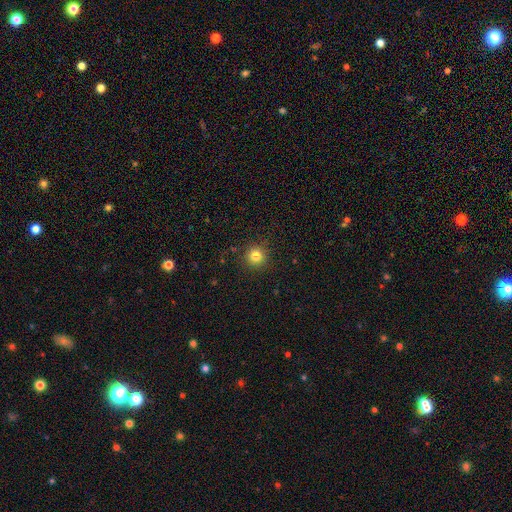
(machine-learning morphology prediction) Smooth or featured? Predicted: smooth (p=0.82). How rounded? Predicted: round (p=0.95). Merging? Predicted: none (p=0.91).